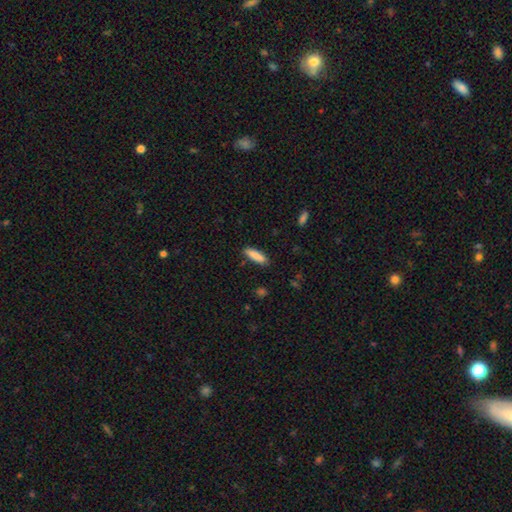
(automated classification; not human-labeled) smooth 88%, star or artifact 6%, featured or disk 6%. Down the decision tree: how rounded — cigar-shaped (63%); merging — none (87%).